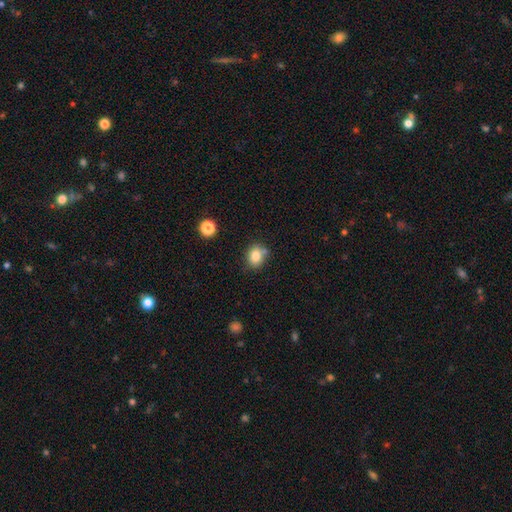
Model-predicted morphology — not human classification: Q: Smooth or featured?
A: smooth (82%); runner-up: star or artifact (10%)
Q: How rounded?
A: round (55%); runner-up: in between (44%)
Q: Merging?
A: none (63%); runner-up: minor disturbance (20%)